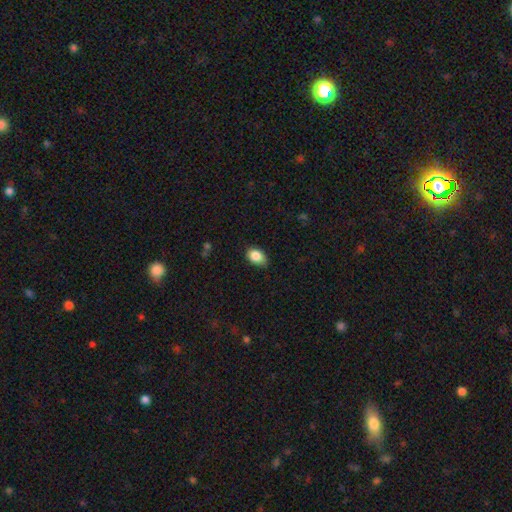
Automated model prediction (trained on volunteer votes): Smooth or featured?
  - smooth: 86% *
  - star or artifact: 8%
  - featured or disk: 6%
How rounded?
  - in between: 81% *
  - round: 17%
  - cigar-shaped: 1%
Merging?
  - none: 72% *
  - minor disturbance: 23%
  - major disturbance: 3%
  - merger: 1%